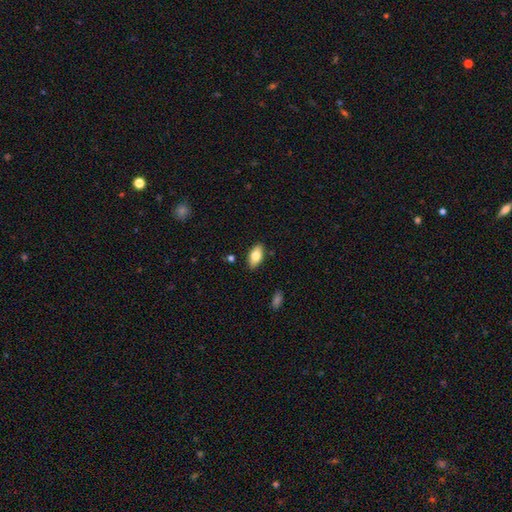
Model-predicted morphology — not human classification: type=smooth (76%); roundness=in between (91%); merging=none (87%).